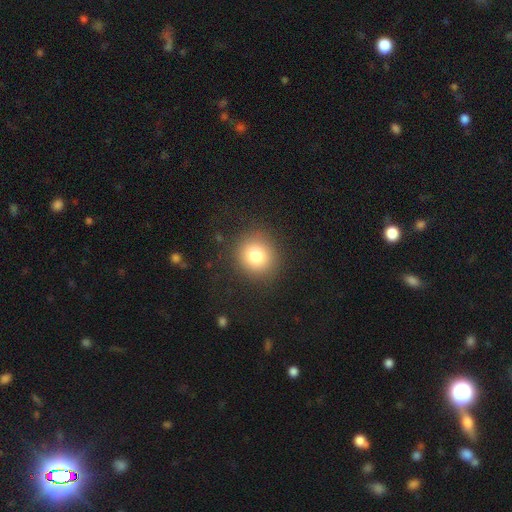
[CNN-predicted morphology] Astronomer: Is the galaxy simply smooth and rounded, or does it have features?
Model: smooth — 79%.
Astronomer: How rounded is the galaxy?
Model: round — 89%.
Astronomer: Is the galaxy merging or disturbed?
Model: none — 88%.